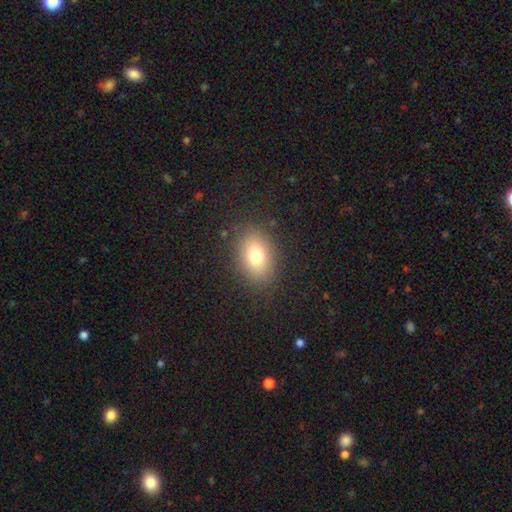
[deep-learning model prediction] The model was most divided on "how rounded": in between: 73%, round: 26%, cigar-shaped: 1%. More confident: merging — none (84%); smooth or featured — smooth (75%).